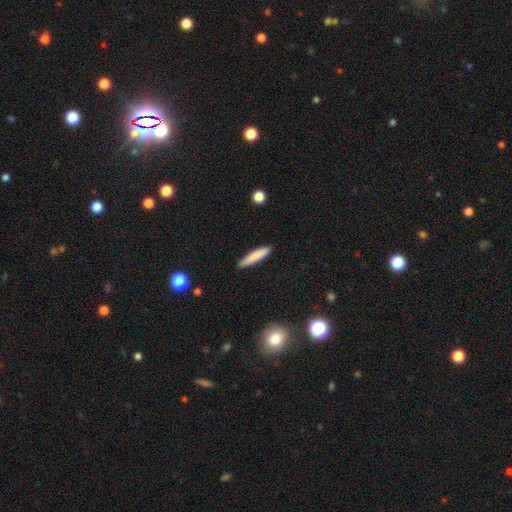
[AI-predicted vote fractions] Overall: smooth (82%). How rounded: cigar-shaped (88%). Merging: none (89%).